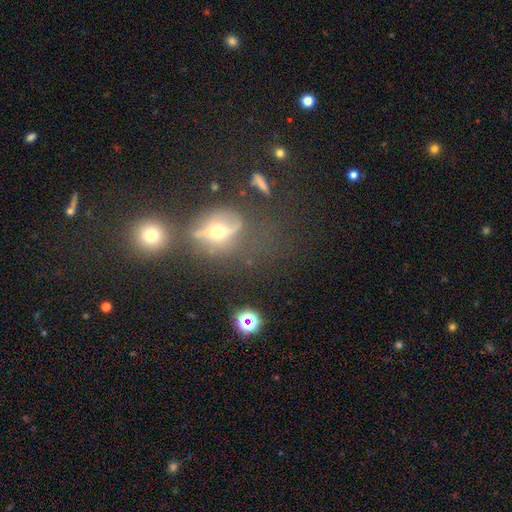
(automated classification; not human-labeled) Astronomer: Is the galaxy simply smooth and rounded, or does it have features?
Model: smooth — 51% (runner-up: star or artifact, 31%).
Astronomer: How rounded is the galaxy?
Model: round — 59% (runner-up: in between, 39%).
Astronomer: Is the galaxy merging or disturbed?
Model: merger — 44% (runner-up: none, 30%).